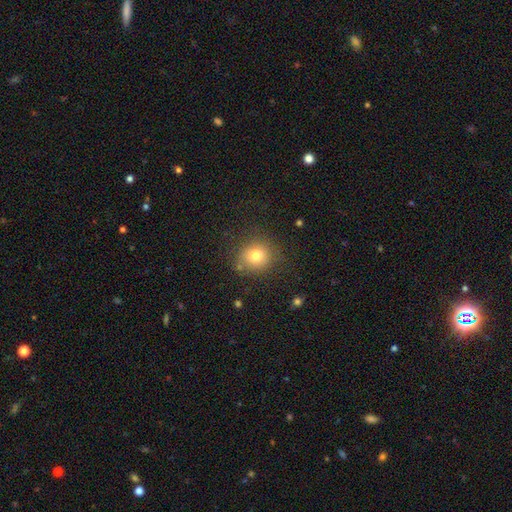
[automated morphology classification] smooth-or-featured: smooth: 77% | star or artifact: 13% | featured or disk: 10%
  how-rounded: round: 83% | in between: 16% | cigar-shaped: 1%
  merging: none: 80% | minor disturbance: 13% | major disturbance: 5% | merger: 3%